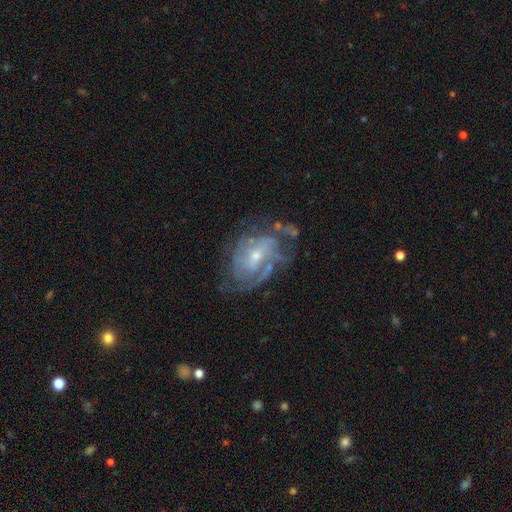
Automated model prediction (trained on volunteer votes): Q: Smooth or featured?
A: featured or disk (81%); runner-up: smooth (11%)
Q: Edge-on disk?
A: no (96%); runner-up: yes (4%)
Q: Bar?
A: no (50%); runner-up: weak (39%)
Q: Spiral arms?
A: yes (84%); runner-up: no (16%)
Q: Spiral winding?
A: tight (50%); runner-up: medium (37%)
Q: Spiral arm count?
A: can't tell (42%); runner-up: 2 (23%)
Q: Bulge size?
A: small (58%); runner-up: moderate (38%)
Q: Merging?
A: none (52%); runner-up: minor disturbance (23%)